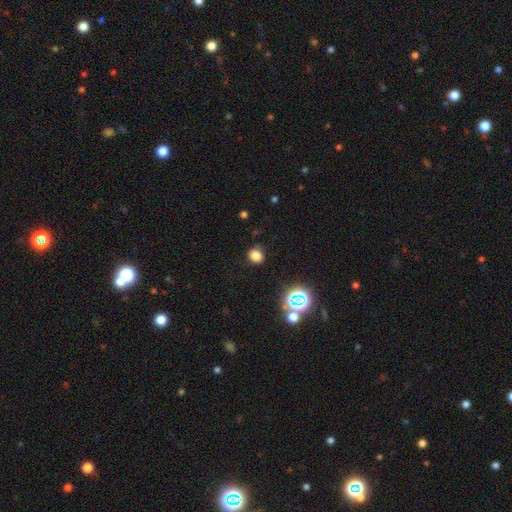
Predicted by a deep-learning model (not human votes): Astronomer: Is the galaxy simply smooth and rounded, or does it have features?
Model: smooth — 76%.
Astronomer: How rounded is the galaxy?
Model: round — 69%.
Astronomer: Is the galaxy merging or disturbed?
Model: none — 81%.